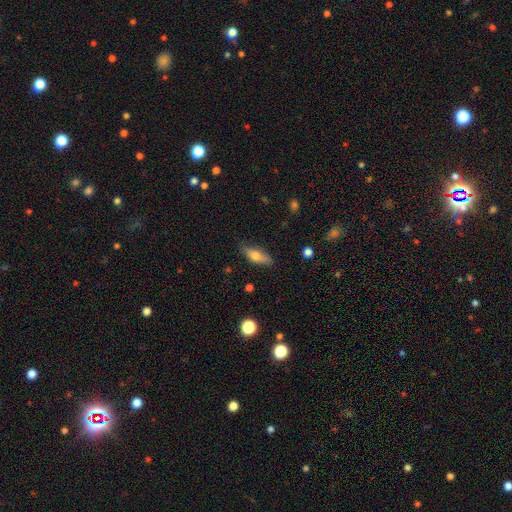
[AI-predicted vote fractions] smooth-or-featured: smooth: 69% | featured or disk: 24% | star or artifact: 7%
  how-rounded: in between: 66% | cigar-shaped: 31% | round: 3%
  merging: none: 78% | minor disturbance: 17% | major disturbance: 3% | merger: 2%